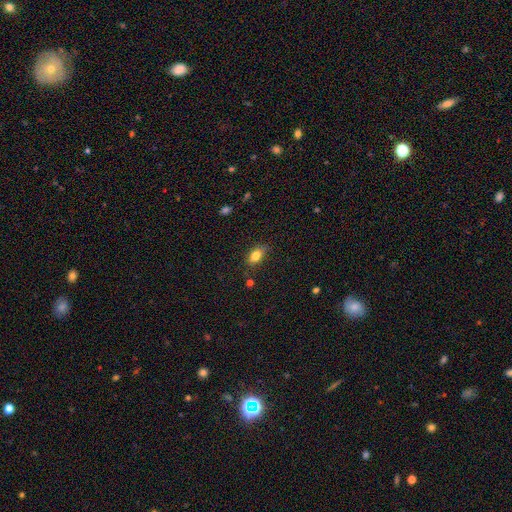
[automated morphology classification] A smooth galaxy with no disk features (82%) that is in between round and cigar-shaped (86%). Merging: none (76%).